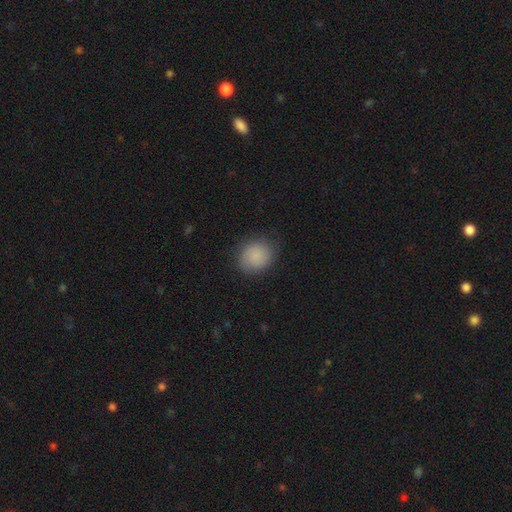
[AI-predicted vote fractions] smooth 81%, featured or disk 11%, star or artifact 8%. Down the decision tree: how rounded — round (77%); merging — none (82%).